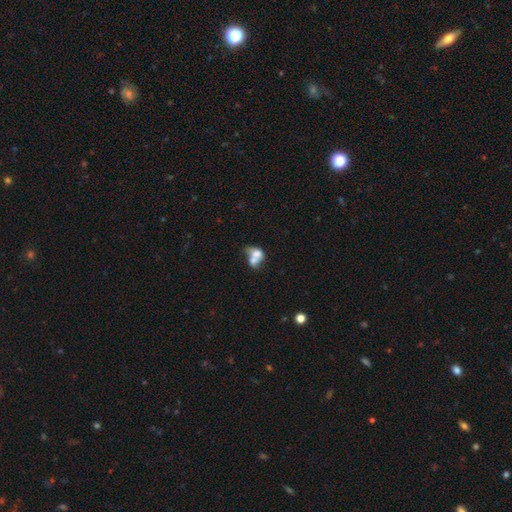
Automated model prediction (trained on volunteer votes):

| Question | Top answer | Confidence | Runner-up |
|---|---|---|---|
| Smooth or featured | smooth | 64% | featured or disk (26%) |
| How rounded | in between | 60% | round (38%) |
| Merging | merger | 68% | none (15%) |